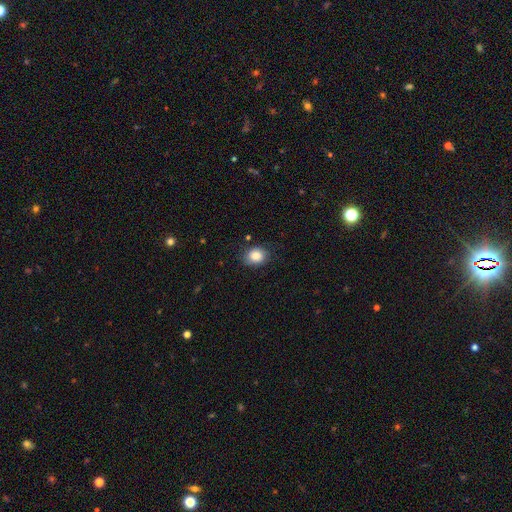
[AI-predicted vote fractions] A smooth galaxy with no disk features (85%) that is round (52%). Merging: none (79%).